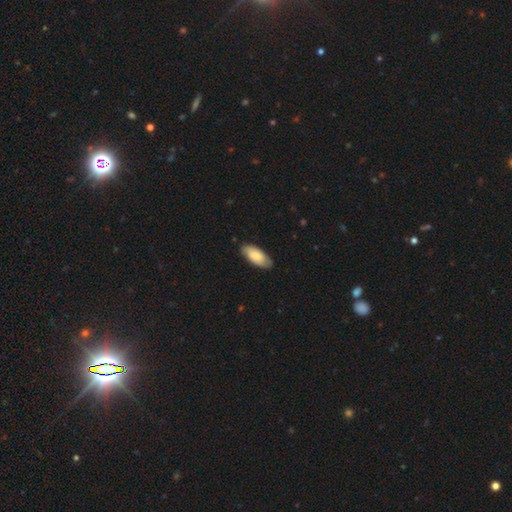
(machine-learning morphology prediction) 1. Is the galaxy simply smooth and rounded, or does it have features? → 81% smooth, 14% featured or disk, 5% star or artifact.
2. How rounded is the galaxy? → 88% in between, 10% cigar-shaped, 2% round.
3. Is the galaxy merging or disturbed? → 83% none, 14% minor disturbance, 2% major disturbance, 1% merger.